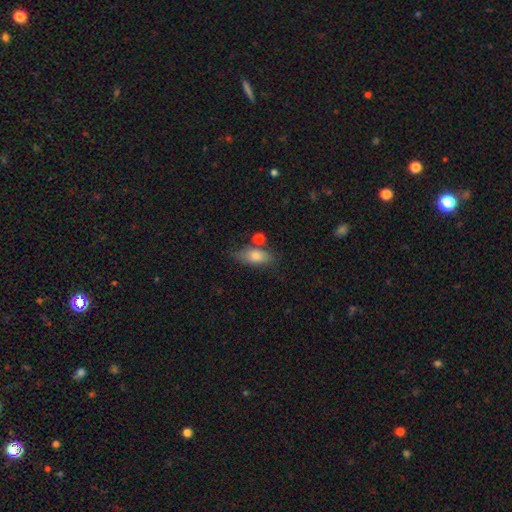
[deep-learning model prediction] This appears to be a smooth galaxy with no disk features (74%) that is in between round and cigar-shaped (81%). Merging: none (63%).